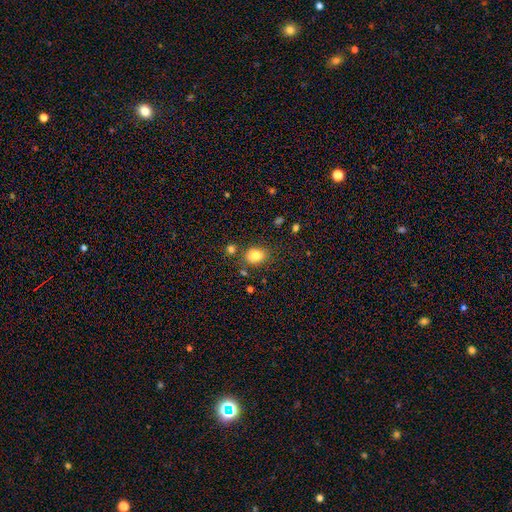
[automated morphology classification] Overall: smooth (80%). How rounded: in between (53%; round 46%). Merging: none (75%).